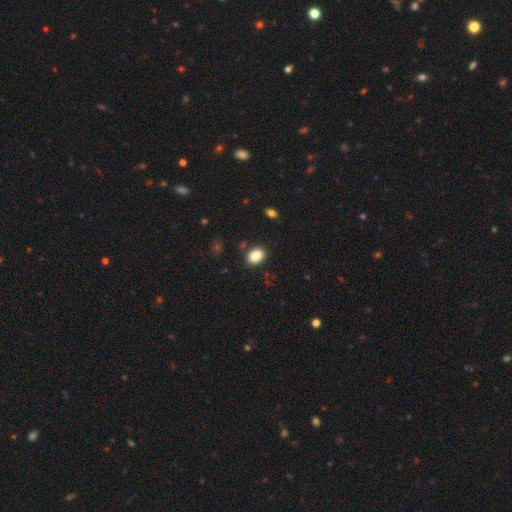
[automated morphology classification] A smooth galaxy with no disk features (85%) that is in between round and cigar-shaped (65%). Merging: none (85%).